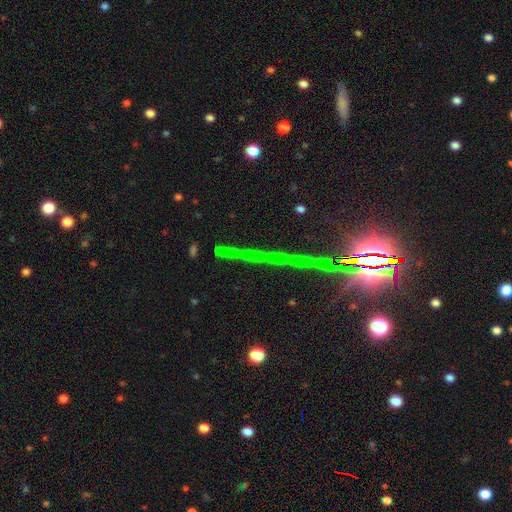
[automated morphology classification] Smooth or featured? Predicted: star or artifact (p=0.73).